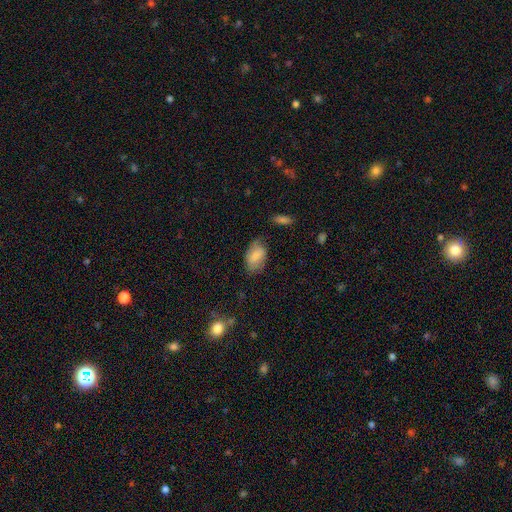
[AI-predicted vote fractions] Overall: smooth (74%). How rounded: in between (91%). Merging: none (64%; minor disturbance 26%).